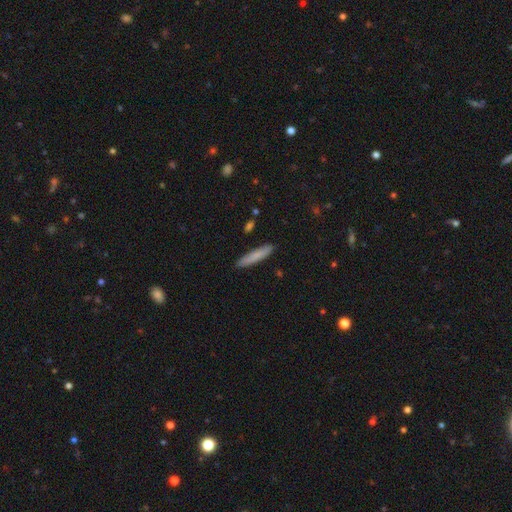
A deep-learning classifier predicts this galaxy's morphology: smooth 80%, featured or disk 14%, star or artifact 6%. Down the decision tree: how rounded — cigar-shaped (91%); merging — none (89%).